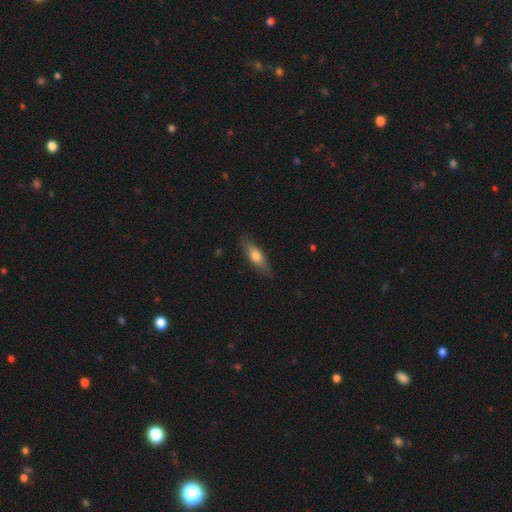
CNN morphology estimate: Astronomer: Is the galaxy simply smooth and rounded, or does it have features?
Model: smooth — 61%.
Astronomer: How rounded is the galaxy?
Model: in between — 49% (runner-up: cigar-shaped, 48%).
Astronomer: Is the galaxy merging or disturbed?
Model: none — 83%.